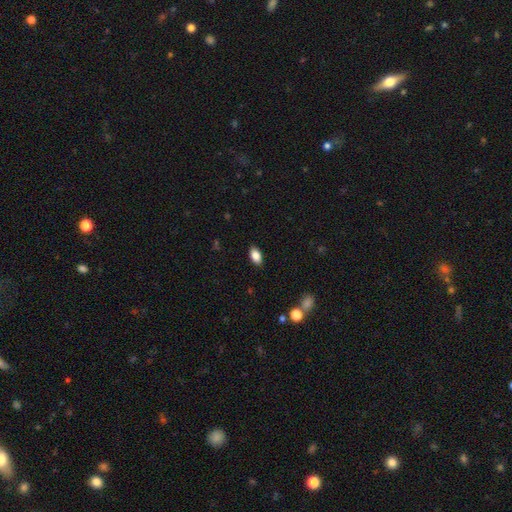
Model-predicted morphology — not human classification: smooth 85%, star or artifact 8%, featured or disk 7%. Down the decision tree: how rounded — in between (91%); merging — none (88%).